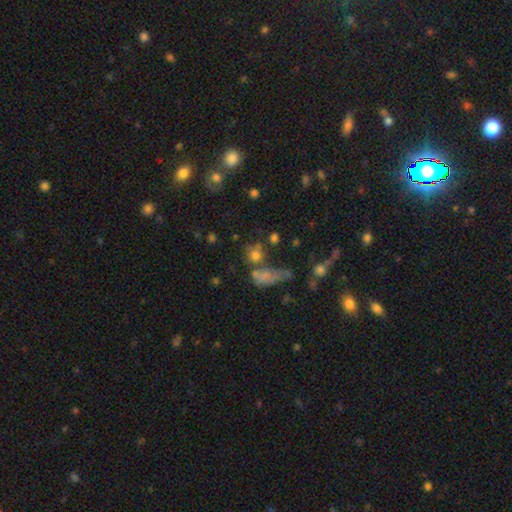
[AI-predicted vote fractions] smooth 65%, star or artifact 21%, featured or disk 14%. Down the decision tree: how rounded — round (68%); merging — none (48%).